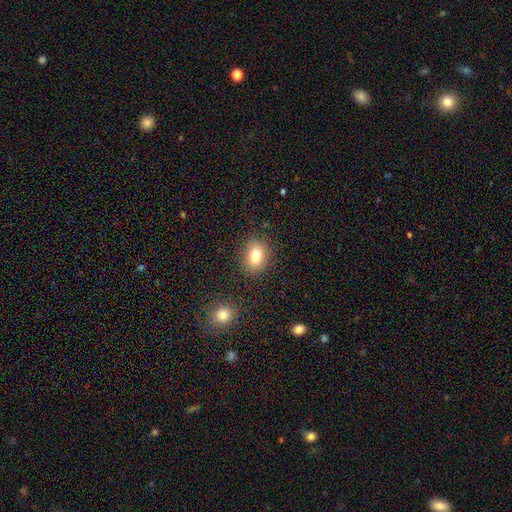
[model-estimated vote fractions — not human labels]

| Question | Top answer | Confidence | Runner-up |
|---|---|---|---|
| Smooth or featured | smooth | 79% | star or artifact (11%) |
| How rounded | in between | 54% | round (45%) |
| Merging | none | 85% | minor disturbance (10%) |